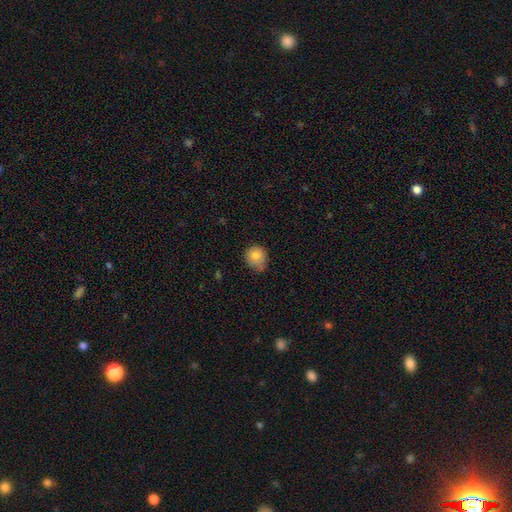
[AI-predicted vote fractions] Smooth or featured? smooth (82%)
How rounded? round (79%)
Merging? none (55%)